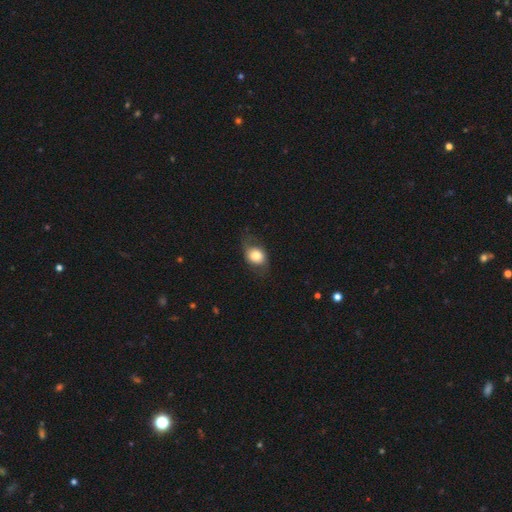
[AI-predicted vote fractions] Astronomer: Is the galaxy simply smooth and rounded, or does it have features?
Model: smooth — 66%.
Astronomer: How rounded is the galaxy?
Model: round — 49%, tied with in between at 49%.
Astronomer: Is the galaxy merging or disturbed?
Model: none — 63%.